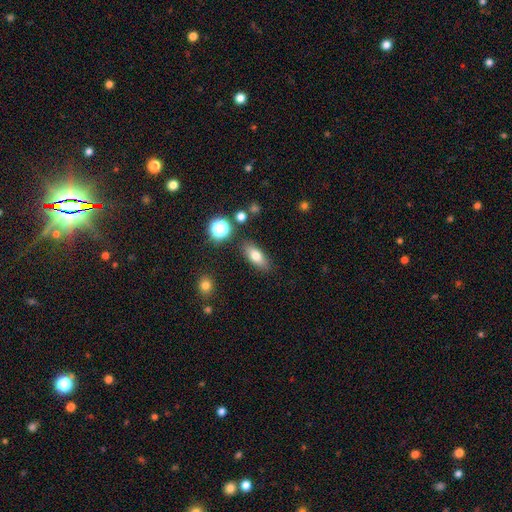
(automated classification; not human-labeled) Smooth or featured?
  - smooth: 75% *
  - featured or disk: 15%
  - star or artifact: 10%
How rounded?
  - in between: 75% *
  - cigar-shaped: 18%
  - round: 7%
Merging?
  - none: 84% *
  - minor disturbance: 10%
  - major disturbance: 3%
  - merger: 3%